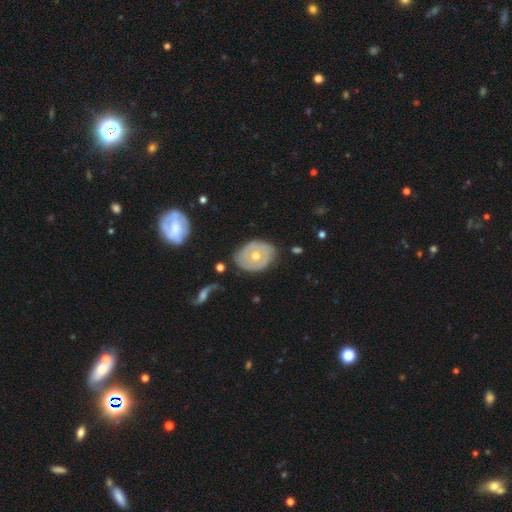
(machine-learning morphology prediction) featured or disk 55%, smooth 39%, star or artifact 6%. Down the decision tree: edge-on disk — no (93%); bar — no (88%); spiral arms — no (66%); bulge size — moderate (68%); merging — none (70%).